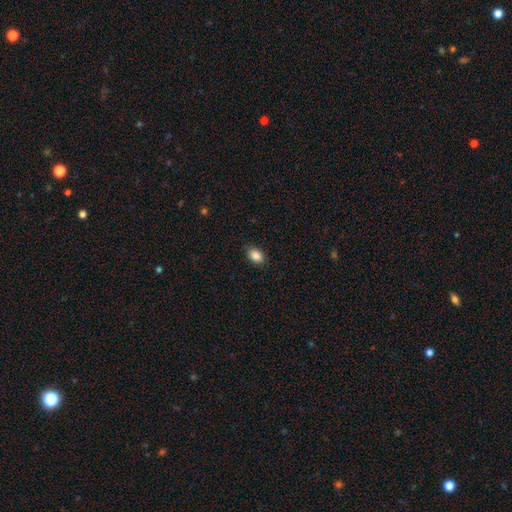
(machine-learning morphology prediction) type=smooth (87%); roundness=in between (85%); merging=none (84%).